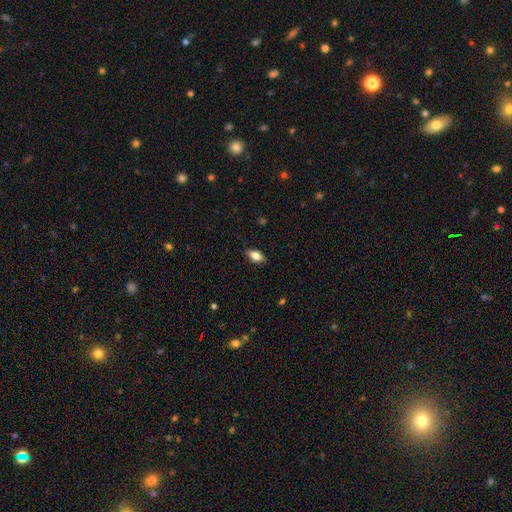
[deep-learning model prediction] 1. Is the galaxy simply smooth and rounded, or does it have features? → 76% smooth, 15% featured or disk, 8% star or artifact.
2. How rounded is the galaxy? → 86% in between, 8% cigar-shaped, 6% round.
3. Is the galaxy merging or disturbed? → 84% none, 12% minor disturbance, 2% major disturbance, 1% merger.